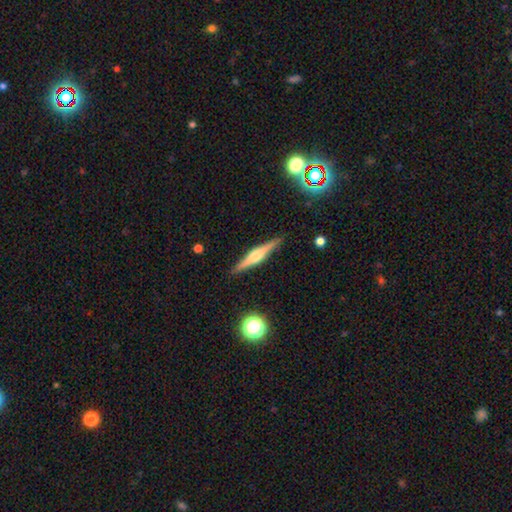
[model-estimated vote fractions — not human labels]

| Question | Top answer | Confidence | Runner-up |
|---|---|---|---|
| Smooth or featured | featured or disk | 70% | smooth (23%) |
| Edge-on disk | yes | 98% | no (2%) |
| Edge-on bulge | rounded | 86% | boxy (10%) |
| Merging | none | 90% | minor disturbance (7%) |